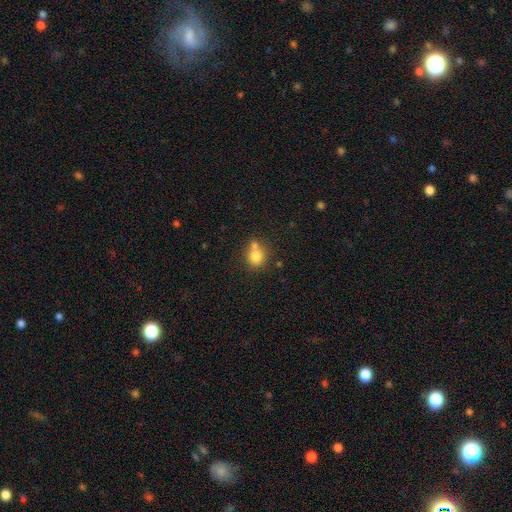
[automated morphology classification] This appears to be a smooth galaxy with no disk features (78%) that is round (80%). Merging: none (49%).